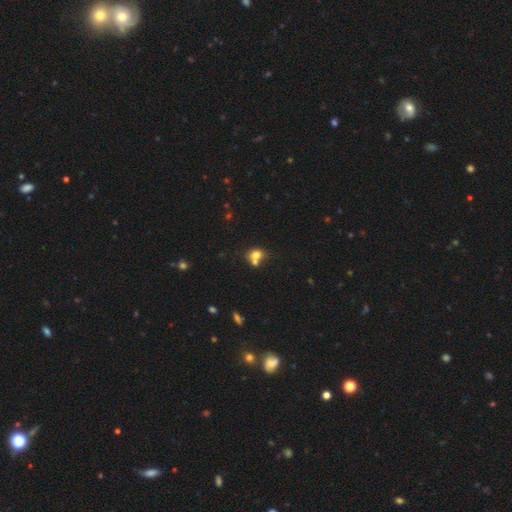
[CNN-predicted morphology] type=smooth (72%); roundness=round (63%); merging=merger (49%).